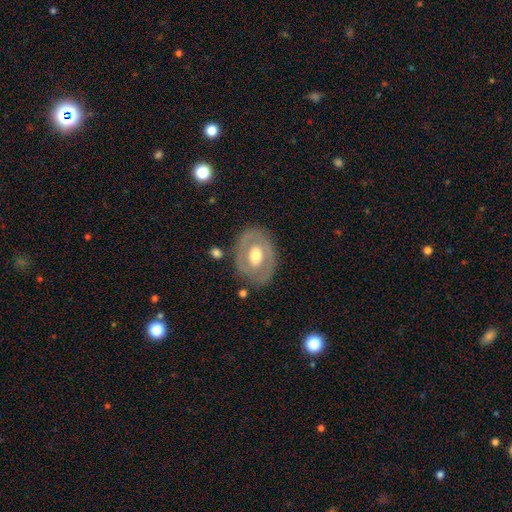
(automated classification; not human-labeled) Q: Smooth or featured?
A: featured or disk (59%); runner-up: smooth (36%)
Q: Edge-on disk?
A: no (93%); runner-up: yes (7%)
Q: Bar?
A: no (65%); runner-up: weak (26%)
Q: Spiral arms?
A: no (72%); runner-up: yes (28%)
Q: Bulge size?
A: moderate (67%); runner-up: large (23%)
Q: Merging?
A: none (78%); runner-up: minor disturbance (14%)